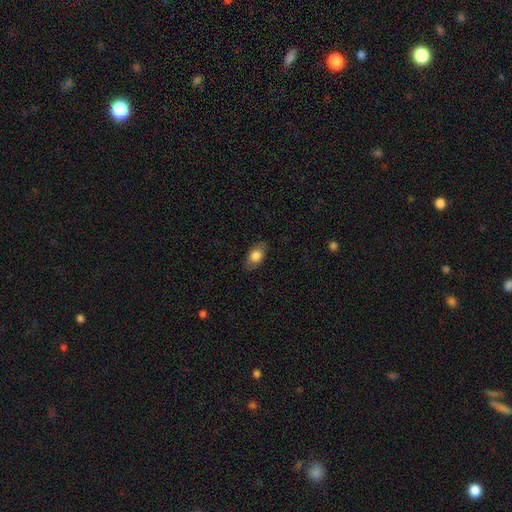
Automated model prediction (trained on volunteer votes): This is likely a smooth galaxy (79%). How rounded: clearly in between (87%). Merging: clearly none (82%).